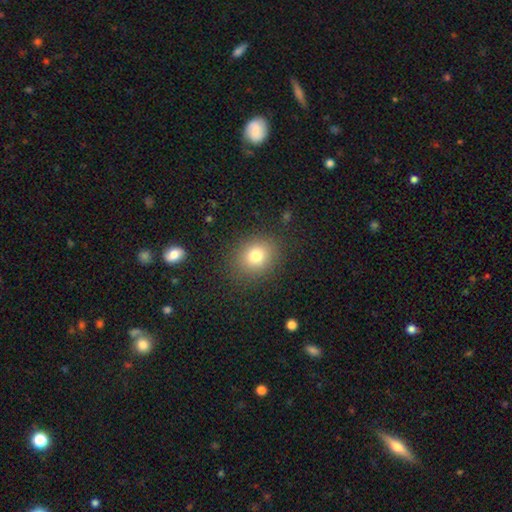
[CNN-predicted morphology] Q: Smooth or featured?
A: smooth (78%); runner-up: star or artifact (13%)
Q: How rounded?
A: round (65%); runner-up: in between (34%)
Q: Merging?
A: none (86%); runner-up: minor disturbance (9%)